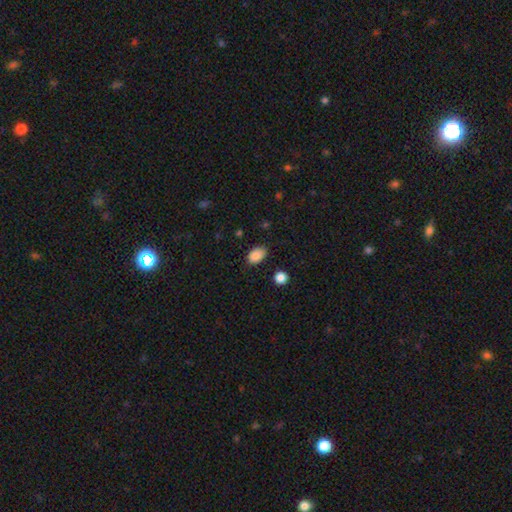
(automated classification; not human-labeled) Smooth or featured?
  - smooth: 87% *
  - star or artifact: 8%
  - featured or disk: 5%
How rounded?
  - in between: 87% *
  - round: 12%
  - cigar-shaped: 1%
Merging?
  - none: 81% *
  - minor disturbance: 14%
  - major disturbance: 3%
  - merger: 2%